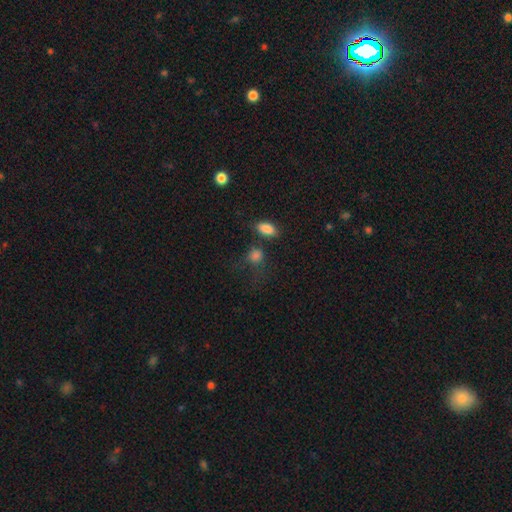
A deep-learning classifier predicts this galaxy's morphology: This is clearly a smooth galaxy (82%). How rounded: possibly round (54%). Merging: possibly none (52%).